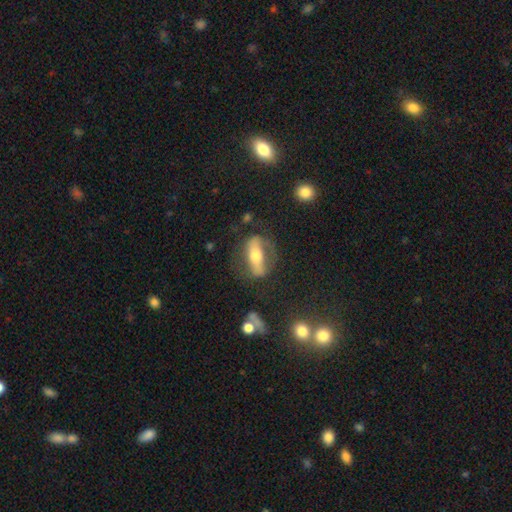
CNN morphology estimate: Smooth or featured?
  - featured or disk: 59% *
  - smooth: 32%
  - star or artifact: 9%
Edge-on disk?
  - no: 60% *
  - yes: 40%
Merging?
  - none: 63% *
  - minor disturbance: 19%
  - major disturbance: 15%
  - merger: 3%